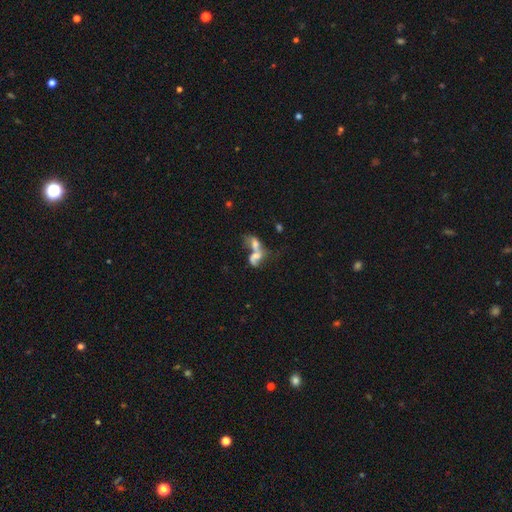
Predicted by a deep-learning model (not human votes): A smooth galaxy with no disk features (47%). Merging: merger (76%).